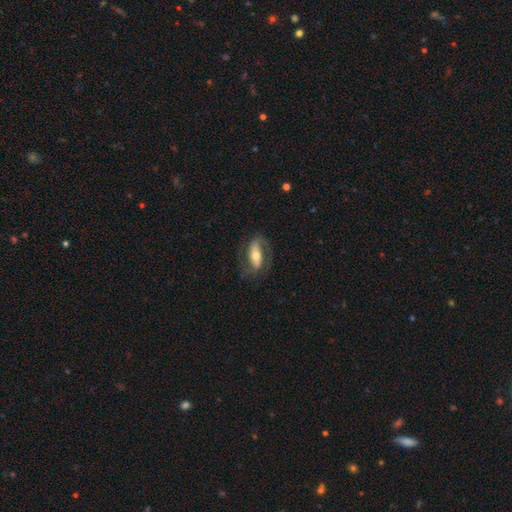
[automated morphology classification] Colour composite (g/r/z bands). It shows a featured or disk galaxy (72%) with a strong bar (53%), 2 (86%) medium (48%) spiral arms (84%) and a moderate central bulge (62%). Merging: none (74%).